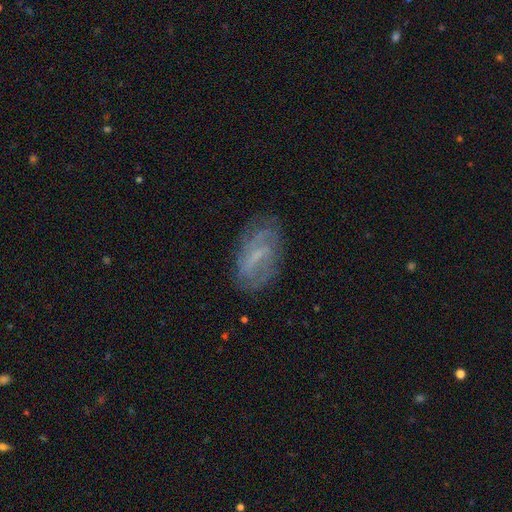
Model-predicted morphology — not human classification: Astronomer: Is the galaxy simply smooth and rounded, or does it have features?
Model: featured or disk — 61%.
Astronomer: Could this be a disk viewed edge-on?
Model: no — 92%.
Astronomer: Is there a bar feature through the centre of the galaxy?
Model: weak — 49% (runner-up: strong, 29%).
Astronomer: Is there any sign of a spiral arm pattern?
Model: yes — 72%.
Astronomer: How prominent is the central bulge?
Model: small — 52% (runner-up: none, 31%).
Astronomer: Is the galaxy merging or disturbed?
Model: none — 73%.